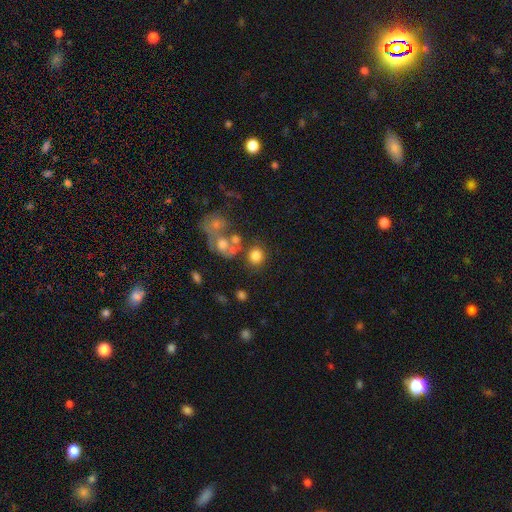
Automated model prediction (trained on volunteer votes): smooth_or_featured: smooth (p=0.76) [alt: star or artifact p=0.13]
how_rounded: round (p=0.82) [alt: in between p=0.17]
merging: none (p=0.64) [alt: merger p=0.17]